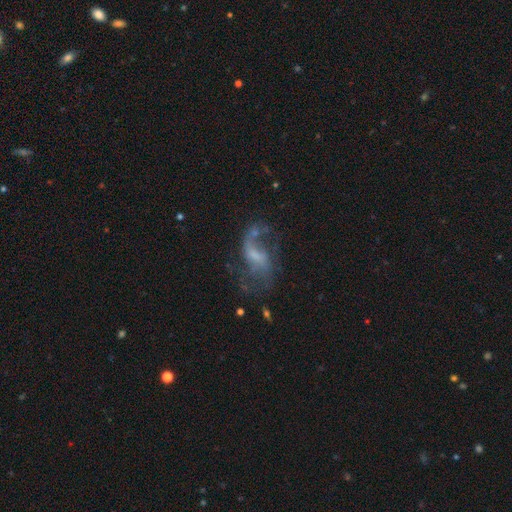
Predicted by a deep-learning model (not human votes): This is likely a featured or disk galaxy (74%). It is clearly not viewed edge-on (97%). Bar: possibly weak (49%). Spiral arm pattern: likely yes (80%). Spiral arm count: possibly 2 (60%). Spiral winding: likely loose (74%). Central bulge: marginally none (35%). Merging: marginally none (42%).